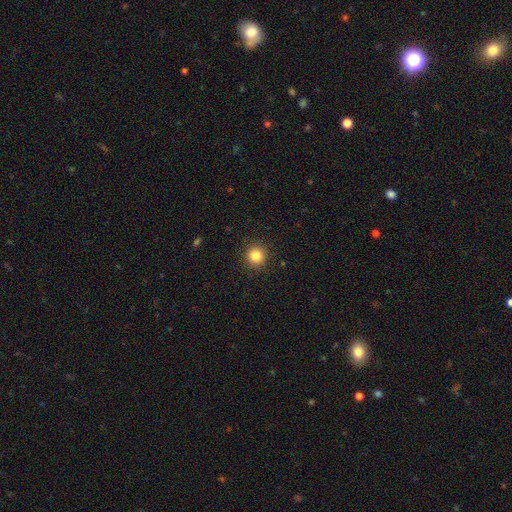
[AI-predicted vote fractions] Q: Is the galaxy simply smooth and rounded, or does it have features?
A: smooth — 84%.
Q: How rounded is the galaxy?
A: round — 92%.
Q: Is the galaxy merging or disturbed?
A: none — 91%.